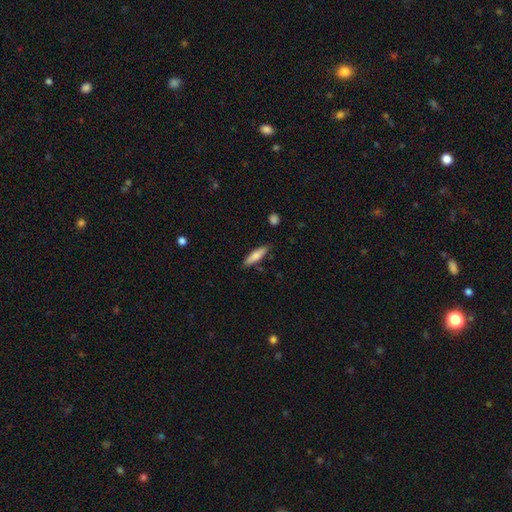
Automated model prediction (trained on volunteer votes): Smooth or featured?
  - smooth: 74% *
  - featured or disk: 20%
  - star or artifact: 6%
How rounded?
  - cigar-shaped: 70% *
  - in between: 29%
  - round: 2%
Merging?
  - none: 85% *
  - minor disturbance: 11%
  - major disturbance: 2%
  - merger: 2%